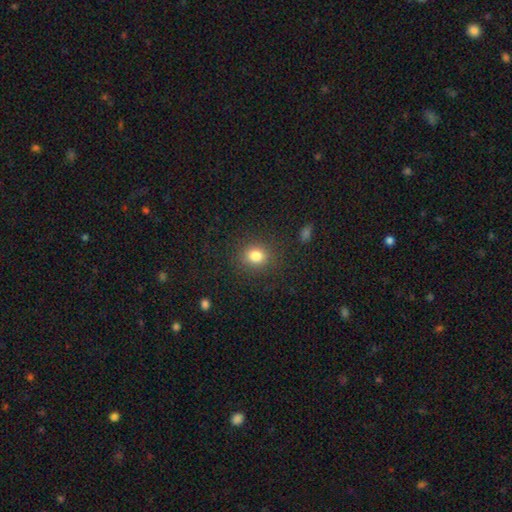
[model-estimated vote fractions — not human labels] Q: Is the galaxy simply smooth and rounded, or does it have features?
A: smooth — 82%.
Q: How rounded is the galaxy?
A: round — 73%.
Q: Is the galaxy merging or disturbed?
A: none — 86%.